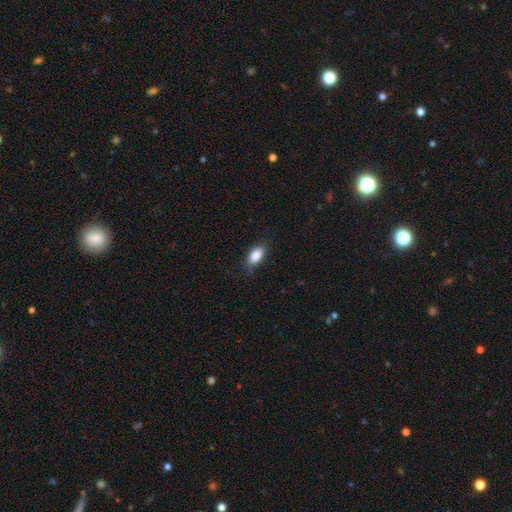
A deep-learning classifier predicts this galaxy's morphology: Smooth or featured: smooth — 87% (star or artifact — 7%)
How rounded: in between — 89% (cigar-shaped — 6%)
Merging: none — 77% (minor disturbance — 18%)